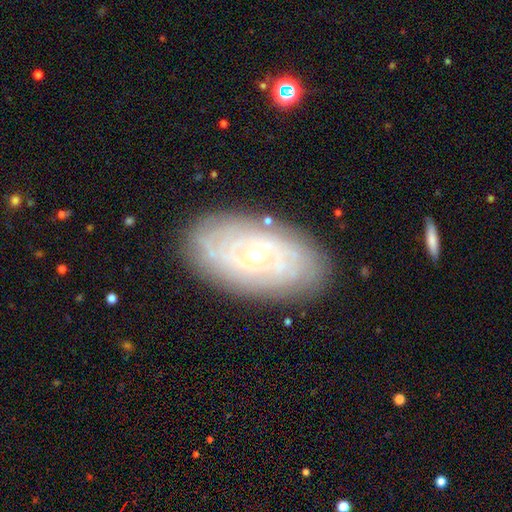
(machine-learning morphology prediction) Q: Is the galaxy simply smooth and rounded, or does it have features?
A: featured or disk — 78%.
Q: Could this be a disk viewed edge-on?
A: no — 93%.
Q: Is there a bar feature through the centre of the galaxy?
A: no — 73%.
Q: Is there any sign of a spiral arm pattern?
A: yes — 83%.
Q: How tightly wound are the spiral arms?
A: tight — 79%.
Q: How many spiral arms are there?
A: can't tell — 53%.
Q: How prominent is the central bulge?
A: moderate — 57%.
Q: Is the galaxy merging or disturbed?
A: none — 82%.